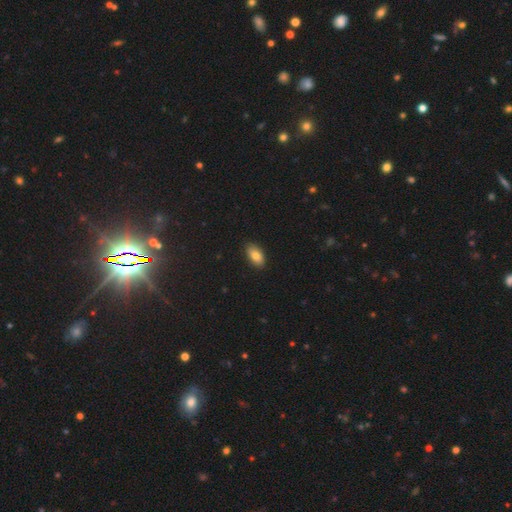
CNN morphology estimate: smooth-or-featured: smooth: 83% | featured or disk: 10% | star or artifact: 8%
  how-rounded: in between: 93% | cigar-shaped: 4% | round: 4%
  merging: none: 88% | minor disturbance: 10% | major disturbance: 2% | merger: 1%